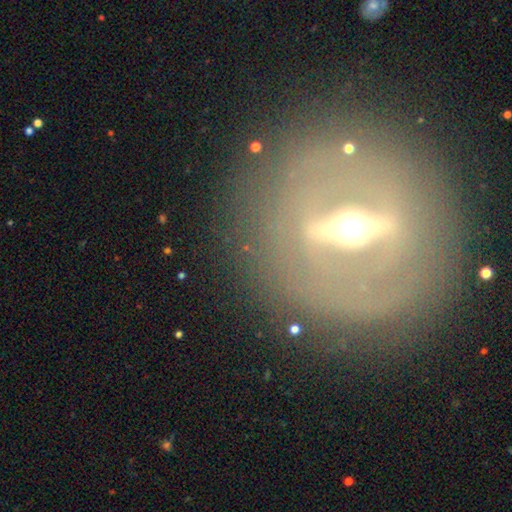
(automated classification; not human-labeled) This appears to be a featured or disk galaxy (83%) viewed edge-on (50%, tied with no). Merging: none (82%).